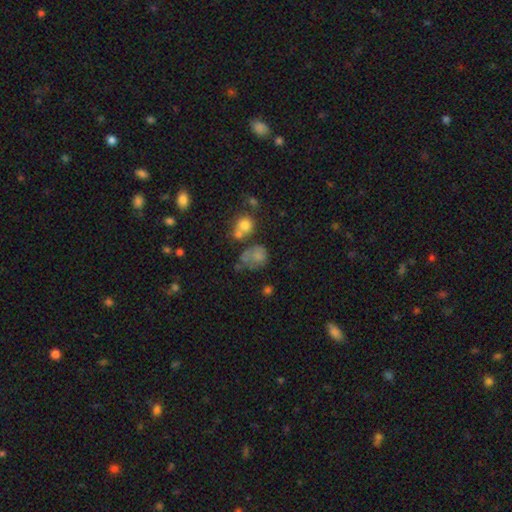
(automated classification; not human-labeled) This is likely a smooth galaxy (65%). How rounded: possibly round (57%). Merging: marginally none (31%).